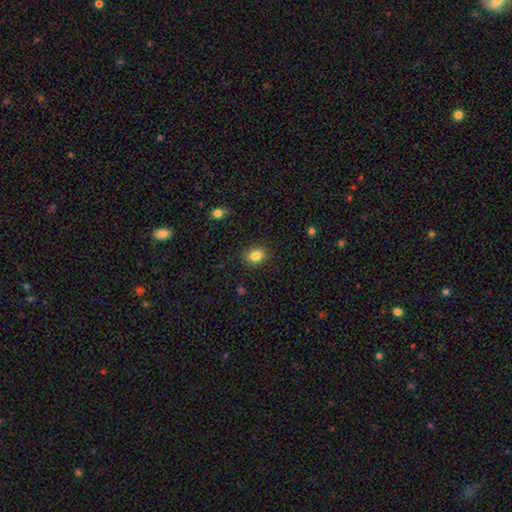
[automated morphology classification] smooth-or-featured: smooth: 85% | star or artifact: 10% | featured or disk: 5%
  how-rounded: in between: 60% | round: 39% | cigar-shaped: 1%
  merging: none: 86% | minor disturbance: 10% | major disturbance: 3% | merger: 1%